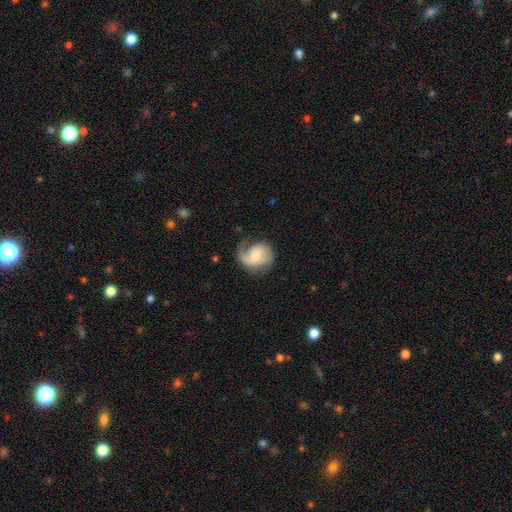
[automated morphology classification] smooth-or-featured: featured or disk: 72% | smooth: 22% | star or artifact: 6%
  disk-edge-on: no: 98% | yes: 2%
    bar: no: 60% | weak: 34% | strong: 6%
    has-spiral-arms: yes: 93% | no: 7%
      spiral-winding: medium: 42% | loose: 33% | tight: 25%
      spiral-arm-count: 1: 50% | 2: 42% | can't tell: 5% | 3: 2% | 4: 1% | more than 4: 1%
    bulge-size: moderate: 50% | small: 40% | large: 5% | none: 4% | dominant: 1%
  merging: none: 55% | minor disturbance: 23% | major disturbance: 20% | merger: 2%